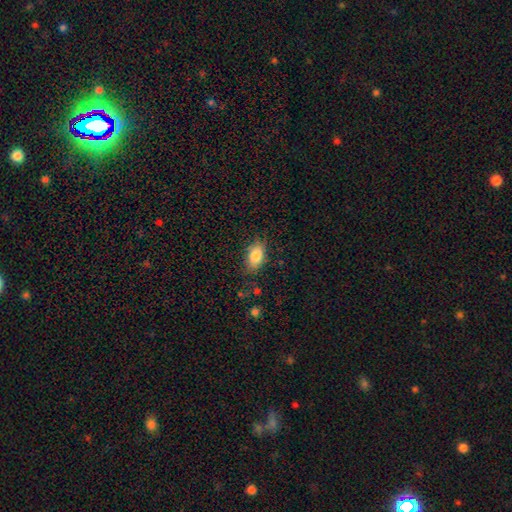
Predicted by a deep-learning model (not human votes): Smooth or featured?
  - smooth: 82% *
  - featured or disk: 10%
  - star or artifact: 8%
How rounded?
  - in between: 89% *
  - round: 6%
  - cigar-shaped: 5%
Merging?
  - none: 77% *
  - minor disturbance: 17%
  - major disturbance: 4%
  - merger: 2%